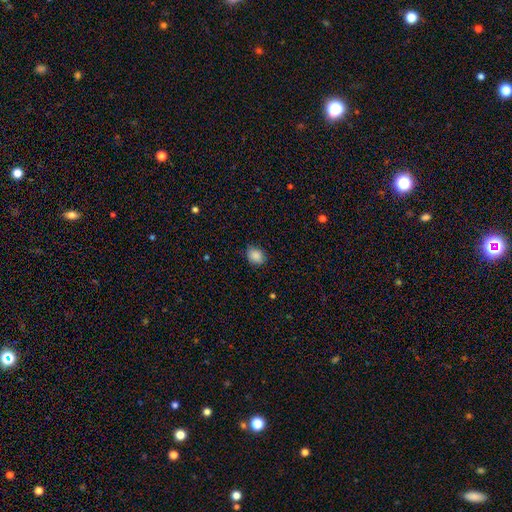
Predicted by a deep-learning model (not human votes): Smooth or featured?
  - smooth: 88% *
  - star or artifact: 8%
  - featured or disk: 4%
How rounded?
  - in between: 51% *
  - round: 48%
  - cigar-shaped: 1%
Merging?
  - none: 81% *
  - minor disturbance: 15%
  - major disturbance: 3%
  - merger: 1%